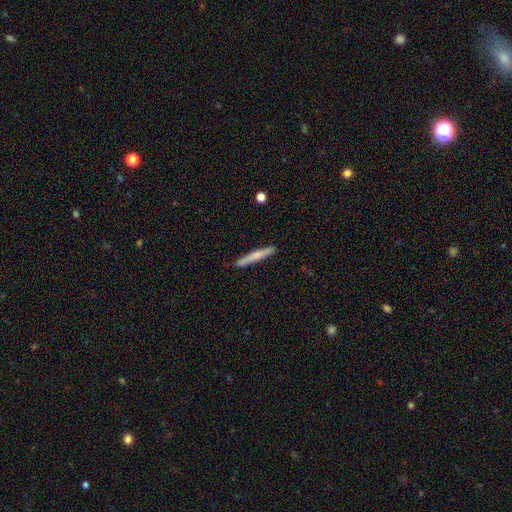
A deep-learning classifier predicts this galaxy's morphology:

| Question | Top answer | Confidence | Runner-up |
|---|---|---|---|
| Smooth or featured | smooth | 57% | featured or disk (38%) |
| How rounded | cigar-shaped | 95% | in between (3%) |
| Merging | none | 90% | minor disturbance (7%) |